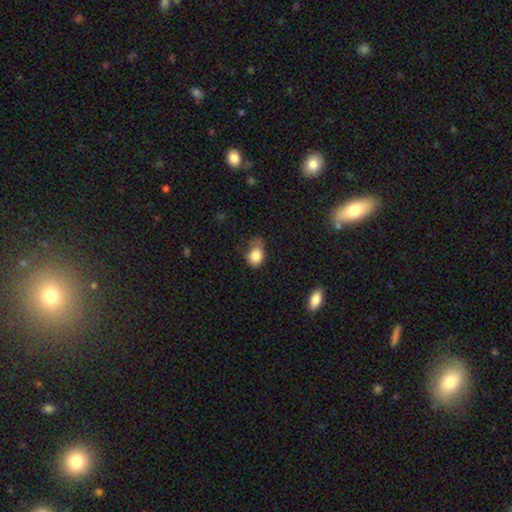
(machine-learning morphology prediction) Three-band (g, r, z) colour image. It shows a smooth galaxy with no disk features (83%) that is in between round and cigar-shaped (51%). Merging: minor disturbance (42%).